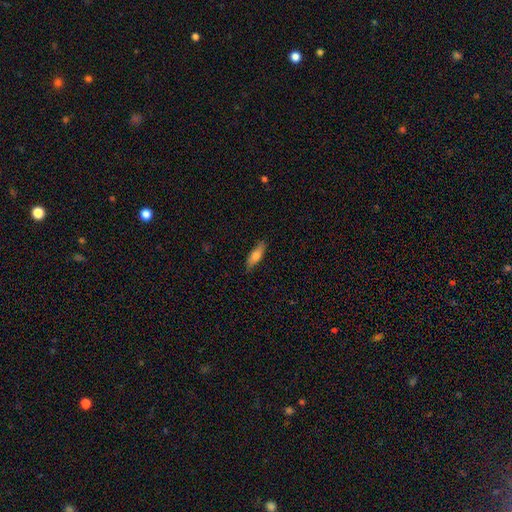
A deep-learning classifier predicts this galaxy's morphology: A smooth galaxy with no disk features (70%) that is in between round and cigar-shaped (50%). Merging: none (84%).